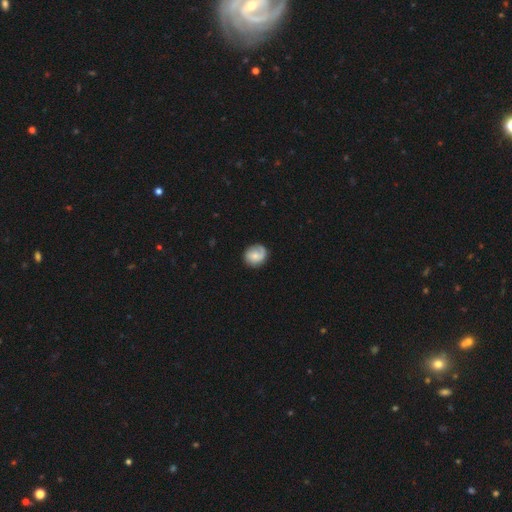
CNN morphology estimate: This appears to be a smooth galaxy with no disk features (54%) that is round (71%). Merging: none (73%).